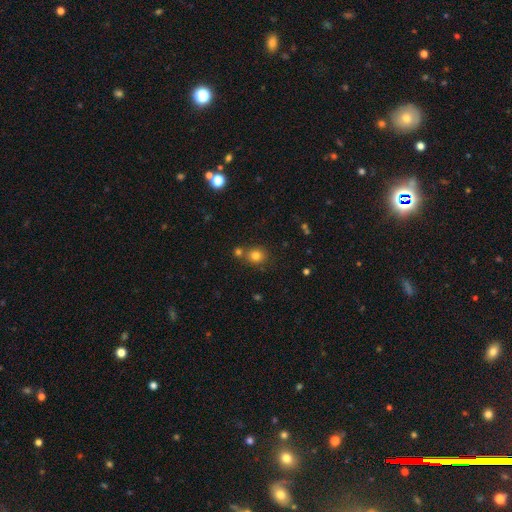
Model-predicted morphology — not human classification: Smooth or featured? smooth (79%)
How rounded? round (76%)
Merging? none (66%)